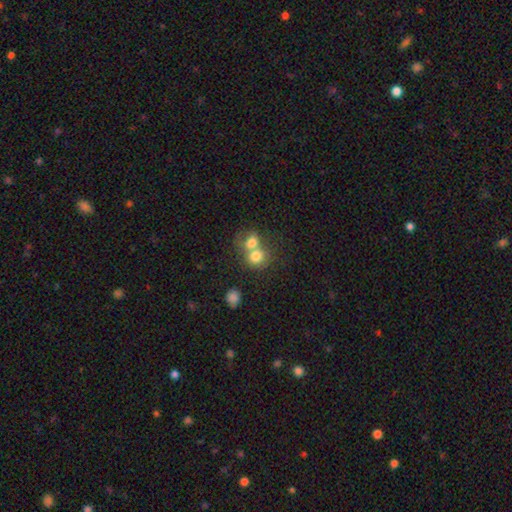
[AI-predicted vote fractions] A smooth galaxy with no disk features (76%) that is round (71%).

Vote fractions:
- Smooth or featured? smooth: 76% / featured or disk: 14% / star or artifact: 11%
- How rounded? round: 71% / in between: 28% / cigar-shaped: 1%
- Merging? merger: 64% / none: 27% / minor disturbance: 6% / major disturbance: 3%